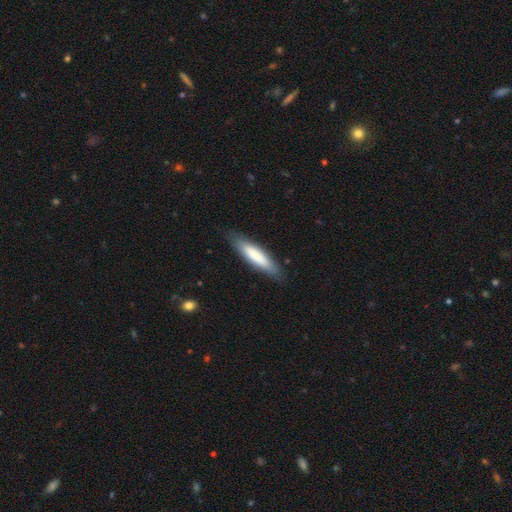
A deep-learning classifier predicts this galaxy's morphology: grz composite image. It shows a smooth galaxy with no disk features (77%) that is cigar-shaped (76%). Merging: none (84%).